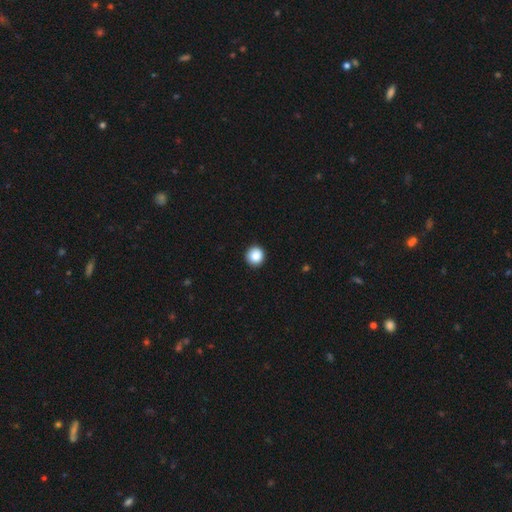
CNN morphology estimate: Smooth or featured?
  - smooth: 87% *
  - star or artifact: 9%
  - featured or disk: 4%
How rounded?
  - round: 93% *
  - in between: 6%
  - cigar-shaped: 1%
Merging?
  - none: 93% *
  - minor disturbance: 5%
  - major disturbance: 1%
  - merger: 1%